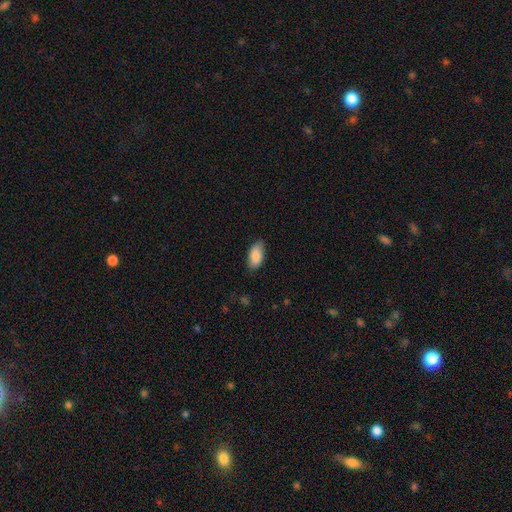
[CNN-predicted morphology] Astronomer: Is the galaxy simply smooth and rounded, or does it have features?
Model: smooth — 87%.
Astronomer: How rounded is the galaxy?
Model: in between — 93%.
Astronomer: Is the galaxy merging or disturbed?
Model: none — 81%.